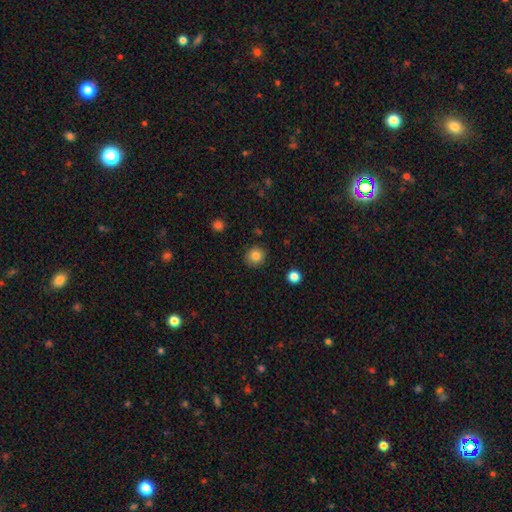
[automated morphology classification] Q: Smooth or featured?
A: smooth (83%); runner-up: star or artifact (10%)
Q: How rounded?
A: round (88%); runner-up: in between (11%)
Q: Merging?
A: none (89%); runner-up: minor disturbance (7%)